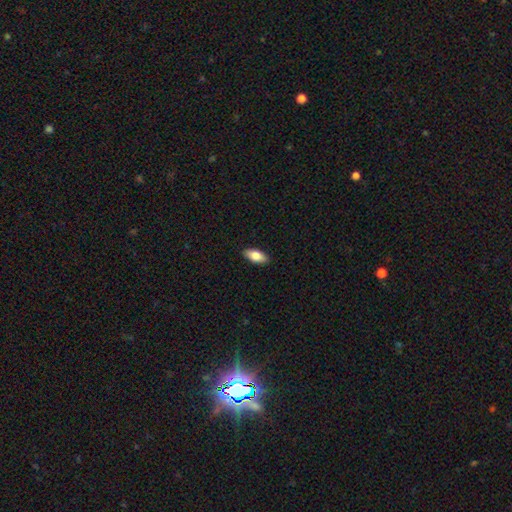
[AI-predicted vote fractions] Smooth or featured: smooth — 81% (featured or disk — 13%)
How rounded: in between — 87% (cigar-shaped — 10%)
Merging: none — 90% (minor disturbance — 7%)